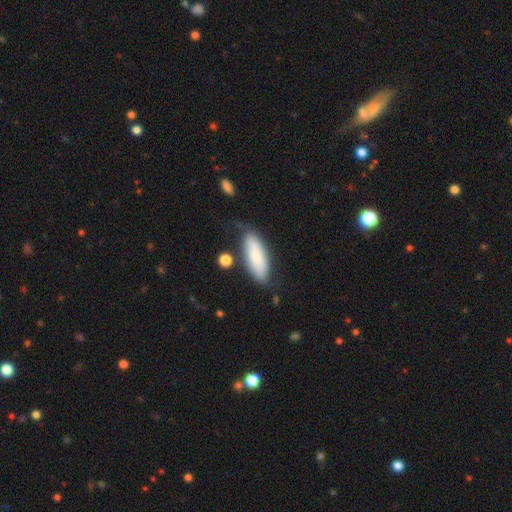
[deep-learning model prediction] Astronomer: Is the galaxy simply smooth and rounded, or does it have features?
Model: smooth — 78%.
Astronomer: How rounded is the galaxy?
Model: in between — 61% (runner-up: cigar-shaped, 37%).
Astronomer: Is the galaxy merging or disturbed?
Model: none — 63%.